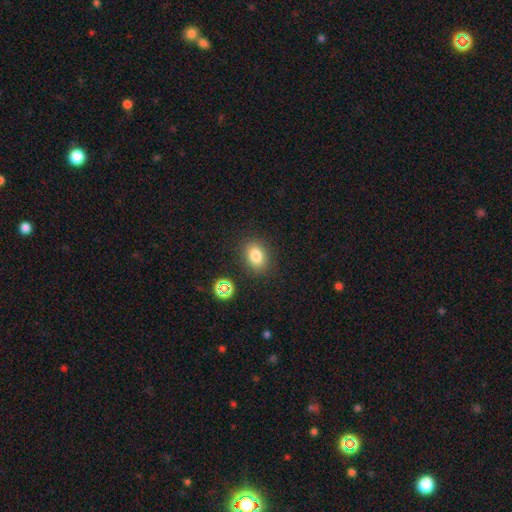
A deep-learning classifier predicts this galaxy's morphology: smooth 80%, star or artifact 13%, featured or disk 7%. Down the decision tree: how rounded — in between (66%); merging — none (85%).